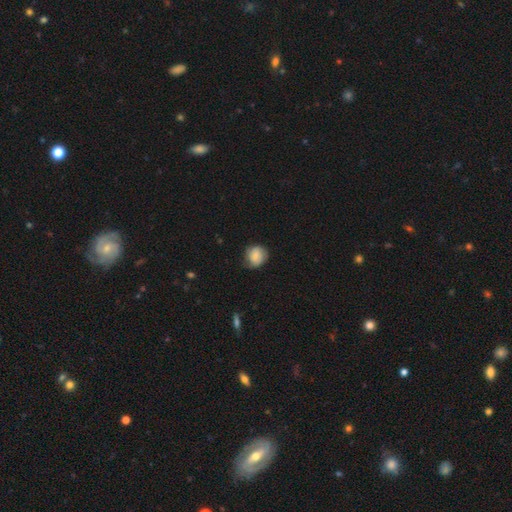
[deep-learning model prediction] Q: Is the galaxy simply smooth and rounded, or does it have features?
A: smooth — 76%.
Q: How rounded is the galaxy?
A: round — 80%.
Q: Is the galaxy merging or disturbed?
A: none — 63%.